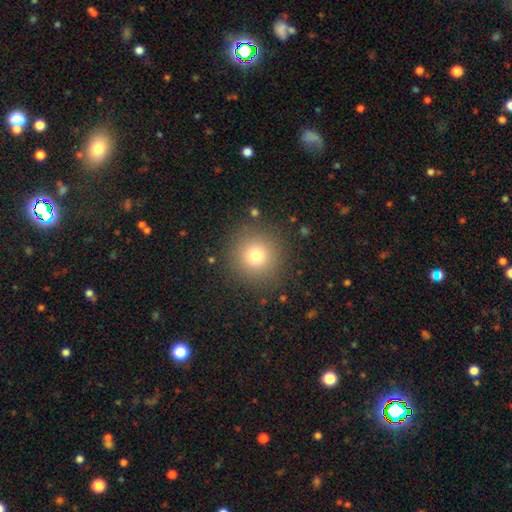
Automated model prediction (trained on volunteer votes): smooth-or-featured: smooth: 76% | star or artifact: 14% | featured or disk: 10%
  how-rounded: round: 94% | in between: 5% | cigar-shaped: 1%
  merging: none: 88% | minor disturbance: 7% | major disturbance: 4% | merger: 1%